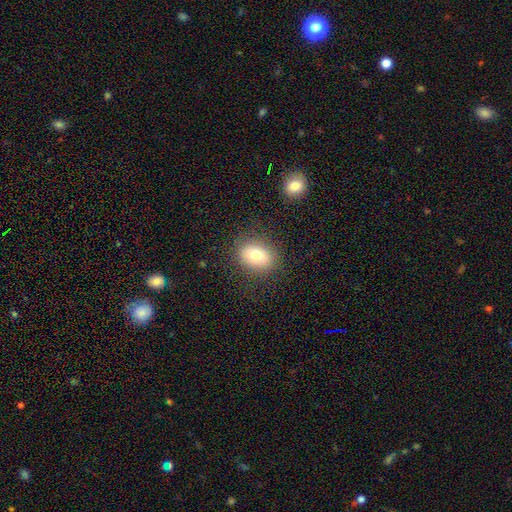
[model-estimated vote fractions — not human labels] Overall: smooth (76%). How rounded: in between (63%; round 35%). Merging: none (84%).